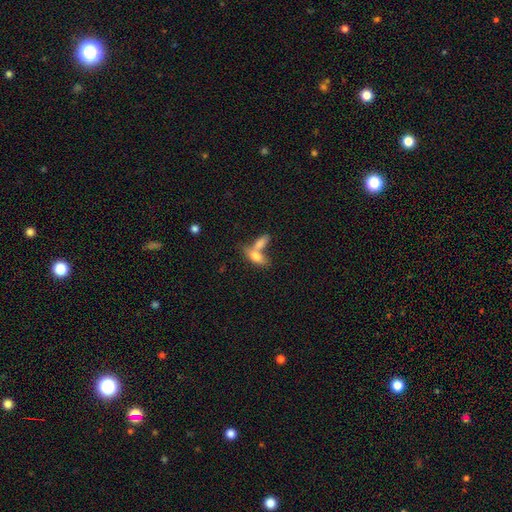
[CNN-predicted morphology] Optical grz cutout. It shows a smooth galaxy with no disk features (75%) that is in between round and cigar-shaped (78%). Merging: merger (57%).